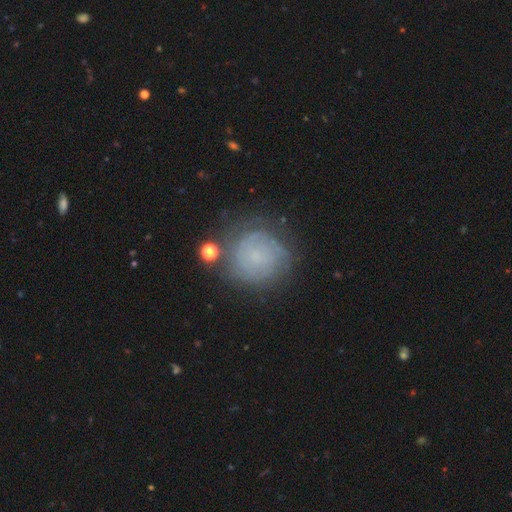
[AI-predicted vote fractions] A featured or disk galaxy (56%) with no bar (79%), spiral arms (82%) and a small central bulge (59%). Merging: none (71%).